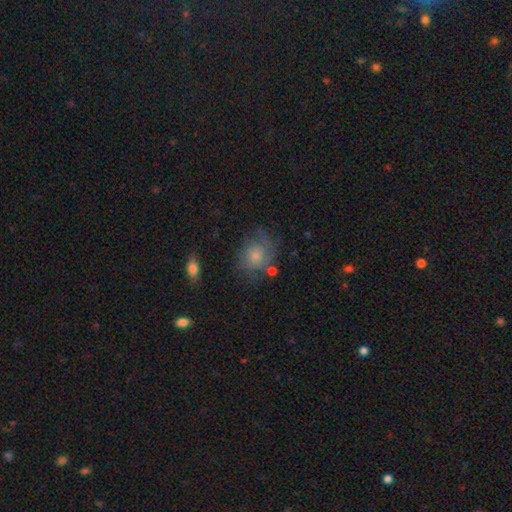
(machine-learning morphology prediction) The model was most divided on "smooth or featured": featured or disk: 49%, smooth: 36%, star or artifact: 15%. More confident: merging — none (62%).